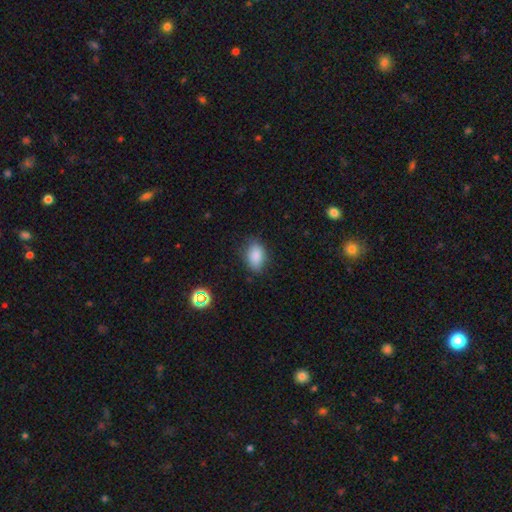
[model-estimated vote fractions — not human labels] smooth_or_featured: smooth (p=0.86) [alt: star or artifact p=0.09]
how_rounded: in between (p=0.87) [alt: round p=0.11]
merging: none (p=0.79) [alt: minor disturbance p=0.16]